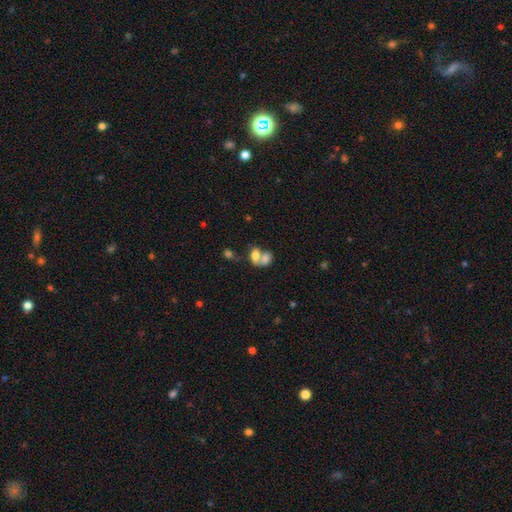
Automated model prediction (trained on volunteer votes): The model was most divided on "merging": merger: 69%, none: 19%, minor disturbance: 7%, major disturbance: 5%. More confident: how rounded — in between (80%); smooth or featured — smooth (72%).